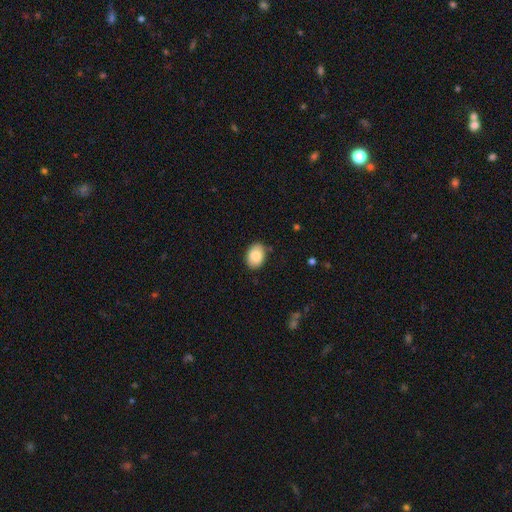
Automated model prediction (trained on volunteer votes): smooth-or-featured: smooth: 85% | featured or disk: 8% | star or artifact: 7%
  how-rounded: in between: 80% | round: 19% | cigar-shaped: 1%
  merging: none: 84% | minor disturbance: 13% | major disturbance: 2% | merger: 1%